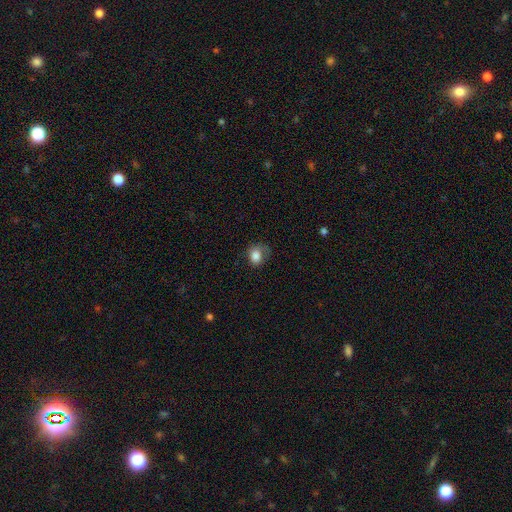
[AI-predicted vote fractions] Smooth or featured? Predicted: smooth (p=0.82). How rounded? Predicted: round (p=0.57). Merging? Predicted: none (p=0.49).